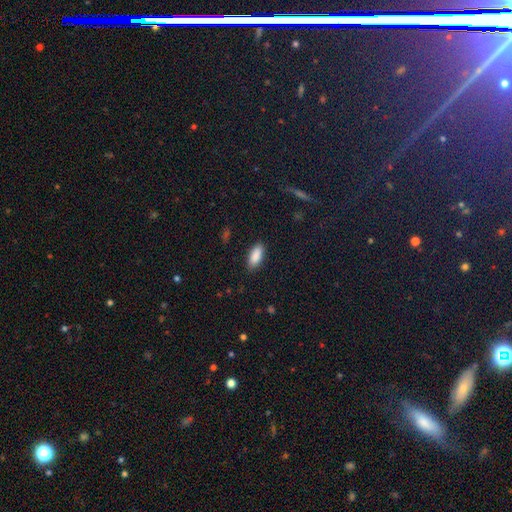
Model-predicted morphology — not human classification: Smooth or featured?
  - smooth: 89% *
  - star or artifact: 7%
  - featured or disk: 4%
How rounded?
  - in between: 85% *
  - cigar-shaped: 13%
  - round: 2%
Merging?
  - none: 87% *
  - minor disturbance: 9%
  - major disturbance: 2%
  - merger: 1%